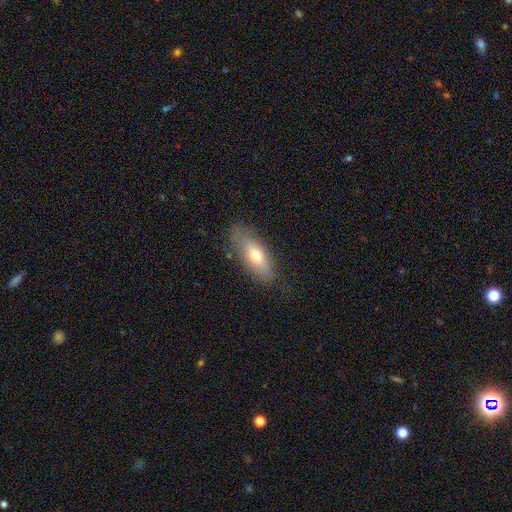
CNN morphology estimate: smooth-or-featured: smooth: 68% | featured or disk: 25% | star or artifact: 8%
  how-rounded: in between: 70% | cigar-shaped: 27% | round: 3%
  merging: none: 76% | minor disturbance: 17% | major disturbance: 5% | merger: 2%